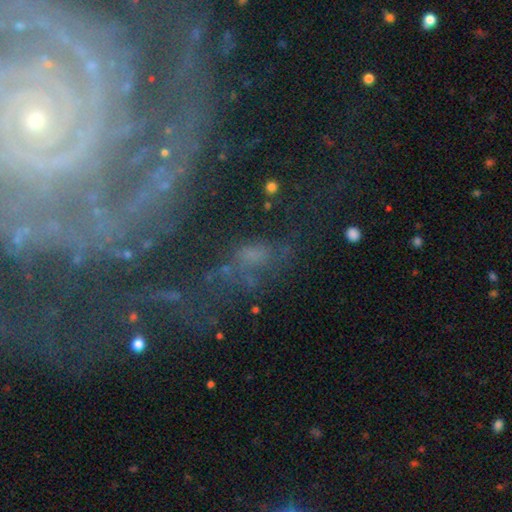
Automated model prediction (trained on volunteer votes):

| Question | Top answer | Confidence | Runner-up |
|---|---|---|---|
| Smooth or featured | featured or disk | 79% | star or artifact (13%) |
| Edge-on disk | no | 95% | yes (5%) |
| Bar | no | 54% | weak (26%) |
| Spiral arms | yes | 93% | no (7%) |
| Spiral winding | tight | 69% | medium (23%) |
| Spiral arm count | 2 | 27% | can't tell (23%) |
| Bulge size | small | 74% | moderate (16%) |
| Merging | none | 66% | minor disturbance (15%) |